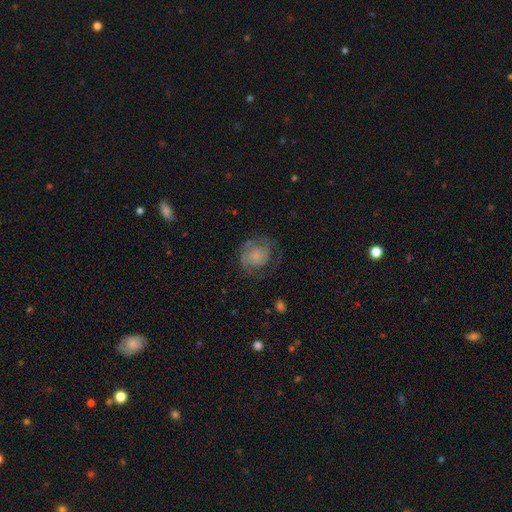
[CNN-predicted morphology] smooth_or_featured: featured or disk (p=0.49) [alt: smooth p=0.42]
merging: none (p=0.58) [alt: minor disturbance p=0.22]